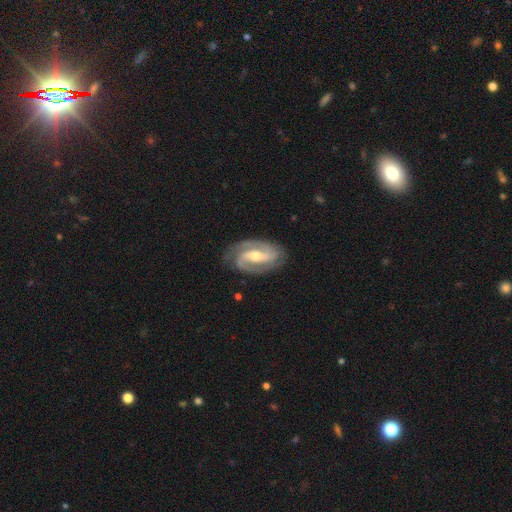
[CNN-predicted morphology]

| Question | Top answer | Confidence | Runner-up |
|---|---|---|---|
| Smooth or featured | featured or disk | 89% | smooth (7%) |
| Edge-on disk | no | 96% | yes (4%) |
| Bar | strong | 42% | weak (36%) |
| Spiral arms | yes | 97% | no (3%) |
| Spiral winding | medium | 47% | tight (39%) |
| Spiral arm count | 2 | 85% | 3 (6%) |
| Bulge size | moderate | 57% | small (38%) |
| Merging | none | 80% | minor disturbance (14%) |